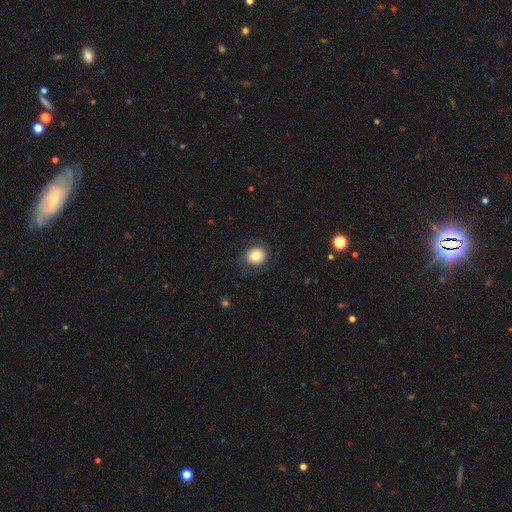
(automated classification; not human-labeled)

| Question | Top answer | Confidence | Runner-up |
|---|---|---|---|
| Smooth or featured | smooth | 65% | featured or disk (27%) |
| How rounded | round | 79% | in between (20%) |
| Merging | none | 74% | minor disturbance (14%) |